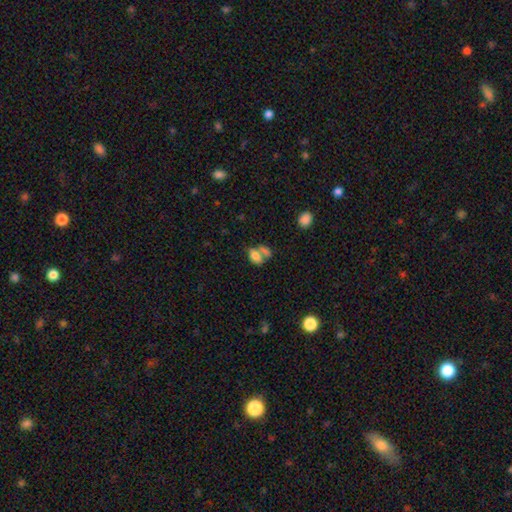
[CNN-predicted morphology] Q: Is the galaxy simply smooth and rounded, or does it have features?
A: smooth — 75%.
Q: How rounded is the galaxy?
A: in between — 83%.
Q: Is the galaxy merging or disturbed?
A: merger — 49%.